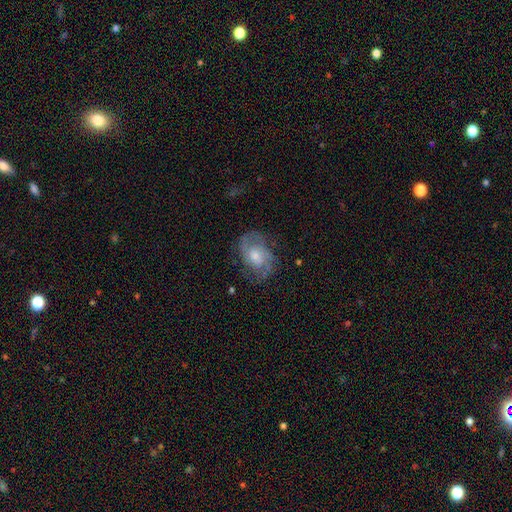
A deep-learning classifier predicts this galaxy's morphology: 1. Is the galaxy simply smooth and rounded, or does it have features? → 75% featured or disk, 18% smooth, 7% star or artifact.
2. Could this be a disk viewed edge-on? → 97% no, 3% yes.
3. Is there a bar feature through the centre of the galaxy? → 66% no, 30% weak, 4% strong.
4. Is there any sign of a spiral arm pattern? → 90% yes, 10% no.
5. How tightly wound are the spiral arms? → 48% medium, 33% tight, 20% loose.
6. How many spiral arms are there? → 49% 2, 21% can't tell, 17% 3, 5% 1, 4% 4, 3% more than 4.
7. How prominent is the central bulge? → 51% moderate, 35% small, 8% large, 5% none, 1% dominant.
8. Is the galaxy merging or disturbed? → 64% none, 21% minor disturbance, 13% major disturbance, 1% merger.